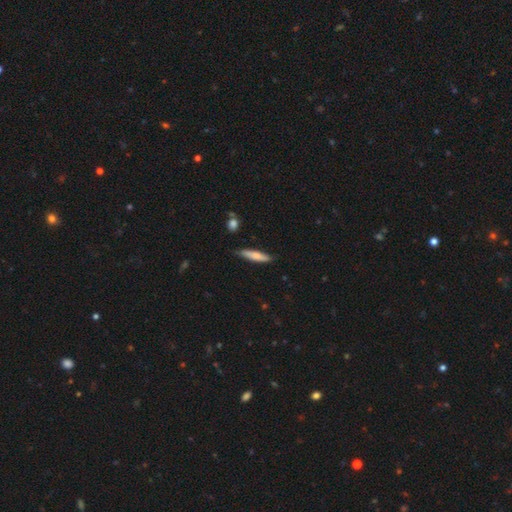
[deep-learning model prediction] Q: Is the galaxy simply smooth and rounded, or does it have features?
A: smooth — 73%.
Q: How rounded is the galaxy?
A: cigar-shaped — 82%.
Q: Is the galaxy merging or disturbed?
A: none — 79%.